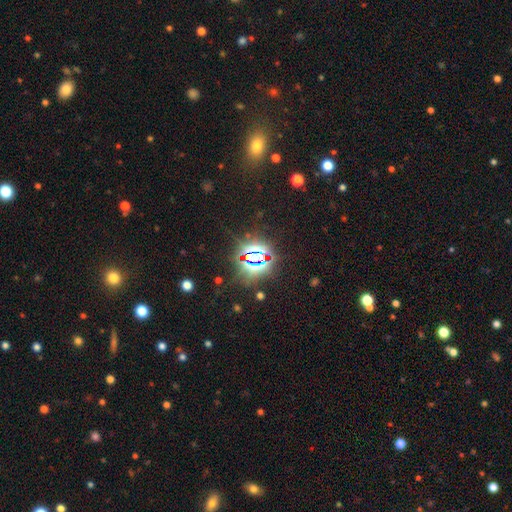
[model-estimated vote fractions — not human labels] A star or artifact, not a galaxy (81%).